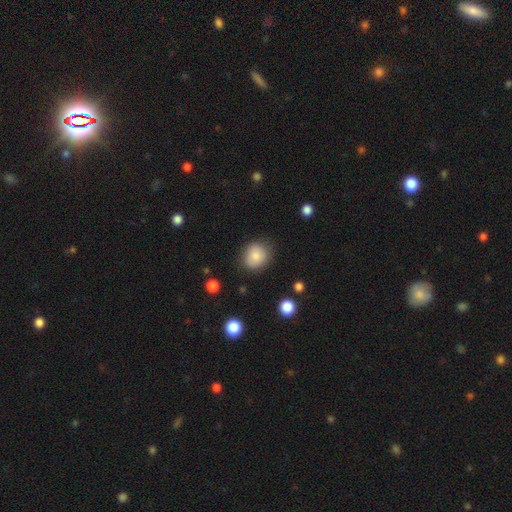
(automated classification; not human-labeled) This is clearly a smooth galaxy (82%). How rounded: likely round (73%). Merging: likely none (79%).